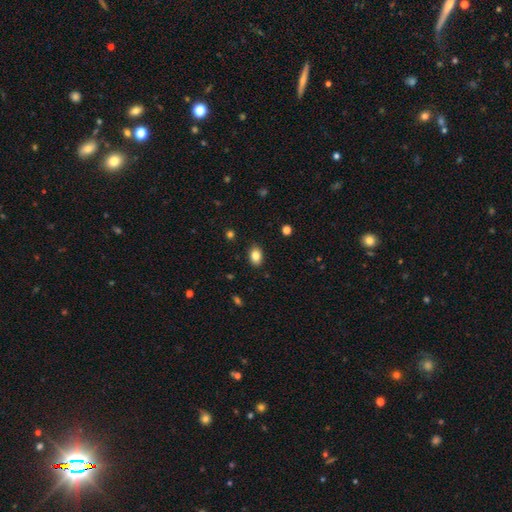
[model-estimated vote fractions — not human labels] Smooth or featured? Predicted: smooth (p=0.84). How rounded? Predicted: in between (p=0.79). Merging? Predicted: none (p=0.88).